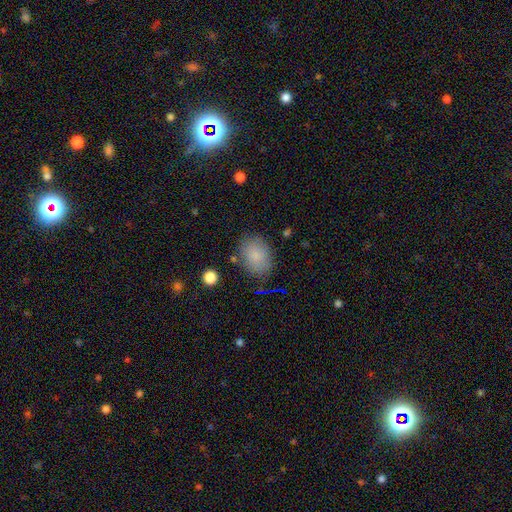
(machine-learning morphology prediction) smooth 84%, star or artifact 9%, featured or disk 8%. Down the decision tree: how rounded — in between (72%); merging — none (80%).